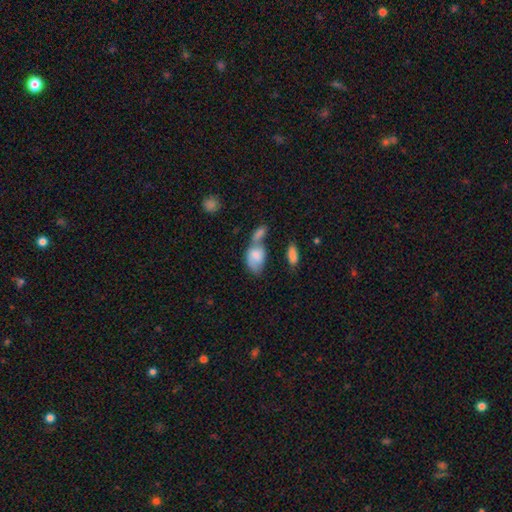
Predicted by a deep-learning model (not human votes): Smooth or featured? smooth (76%)
How rounded? in between (88%)
Merging? merger (49%)